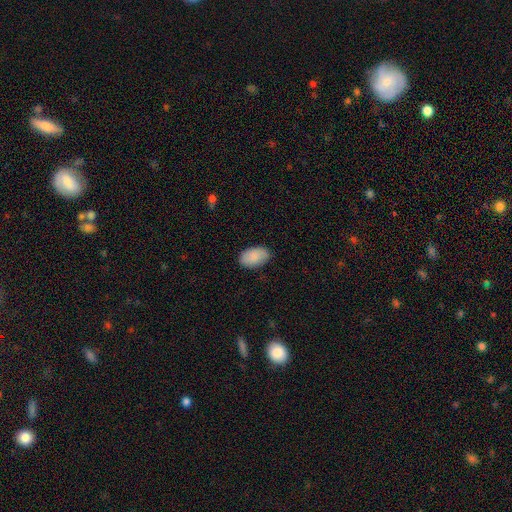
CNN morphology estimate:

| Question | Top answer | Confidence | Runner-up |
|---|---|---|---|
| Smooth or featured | smooth | 89% | star or artifact (6%) |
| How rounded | in between | 93% | round (6%) |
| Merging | none | 84% | minor disturbance (13%) |